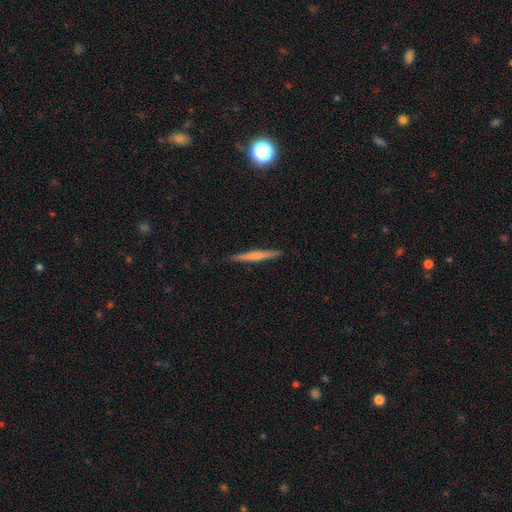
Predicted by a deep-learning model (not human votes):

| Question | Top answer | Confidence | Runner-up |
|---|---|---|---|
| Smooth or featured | smooth | 53% | featured or disk (42%) |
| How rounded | cigar-shaped | 96% | in between (3%) |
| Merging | none | 89% | minor disturbance (8%) |